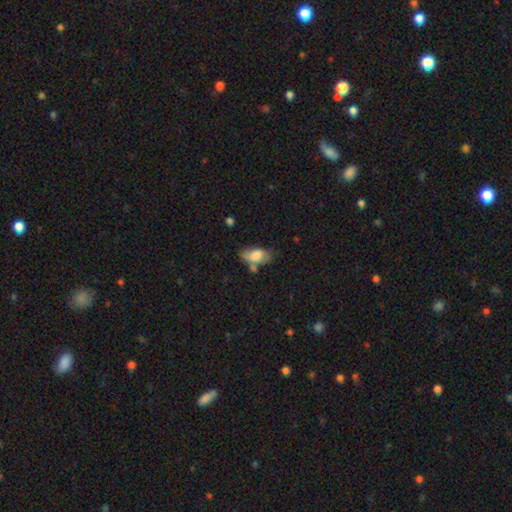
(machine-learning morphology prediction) Q: Smooth or featured?
A: smooth (77%); runner-up: featured or disk (15%)
Q: How rounded?
A: in between (91%); runner-up: round (5%)
Q: Merging?
A: none (43%); runner-up: minor disturbance (29%)